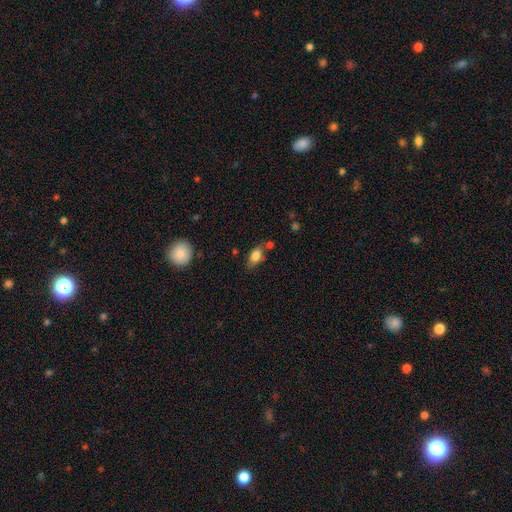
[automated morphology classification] A smooth galaxy with no disk features (81%) that is in between round and cigar-shaped (85%).

Vote fractions:
- Smooth or featured? smooth: 81% / featured or disk: 11% / star or artifact: 8%
- How rounded? in between: 85% / round: 8% / cigar-shaped: 7%
- Merging? none: 63% / minor disturbance: 20% / merger: 11% / major disturbance: 5%